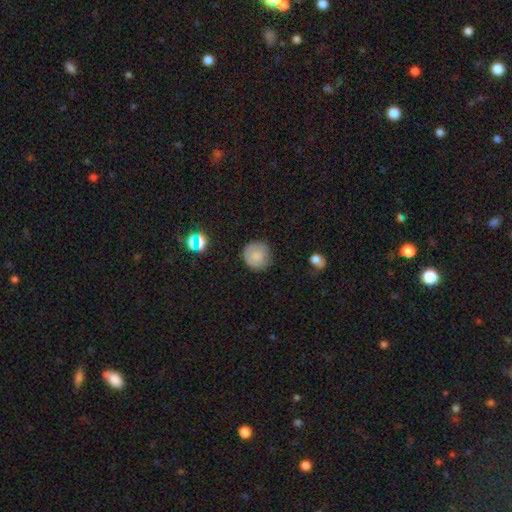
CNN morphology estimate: type=smooth (81%); roundness=round (94%); merging=none (80%).